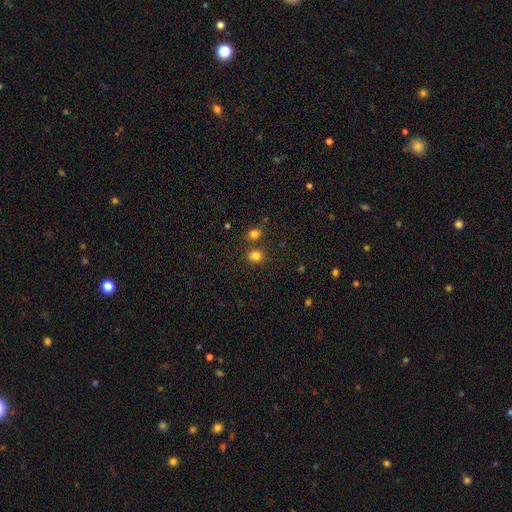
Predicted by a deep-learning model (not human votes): Smooth or featured?
  - smooth: 80% *
  - star or artifact: 14%
  - featured or disk: 5%
How rounded?
  - round: 70% *
  - in between: 29%
  - cigar-shaped: 1%
Merging?
  - none: 72% *
  - merger: 16%
  - minor disturbance: 9%
  - major disturbance: 3%